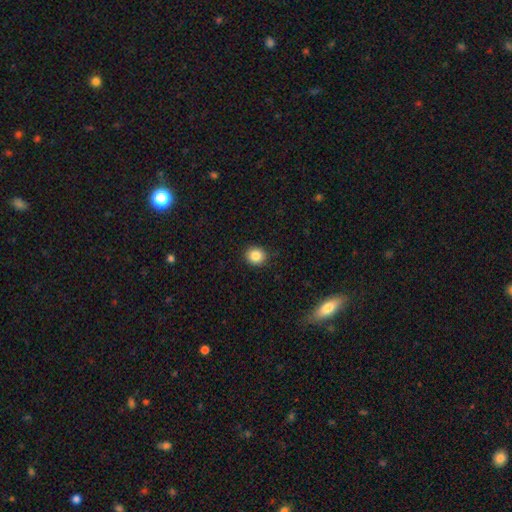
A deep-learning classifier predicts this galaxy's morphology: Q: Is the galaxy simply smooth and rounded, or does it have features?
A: smooth — 85%.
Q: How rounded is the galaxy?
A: round — 83%.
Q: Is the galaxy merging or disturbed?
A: none — 90%.